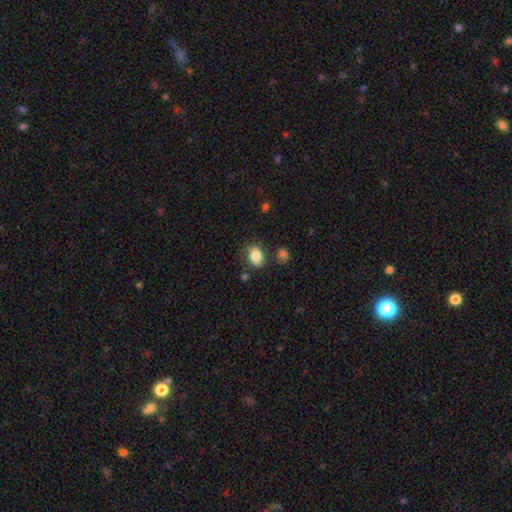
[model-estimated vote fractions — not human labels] Smooth or featured? smooth (83%)
How rounded? in between (61%)
Merging? none (69%)